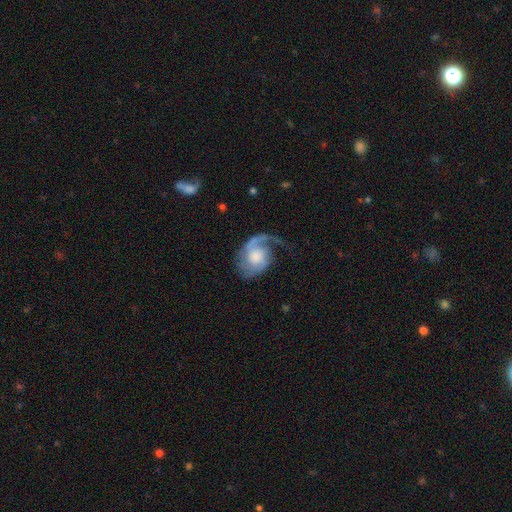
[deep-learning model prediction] Q: Smooth or featured?
A: featured or disk (79%); runner-up: smooth (16%)
Q: Edge-on disk?
A: no (98%); runner-up: yes (2%)
Q: Bar?
A: no (69%); runner-up: weak (27%)
Q: Spiral arms?
A: yes (94%); runner-up: no (6%)
Q: Spiral winding?
A: medium (40%); runner-up: loose (36%)
Q: Spiral arm count?
A: 1 (54%); runner-up: 2 (36%)
Q: Bulge size?
A: moderate (37%); runner-up: large (30%)
Q: Merging?
A: none (41%); runner-up: major disturbance (35%)